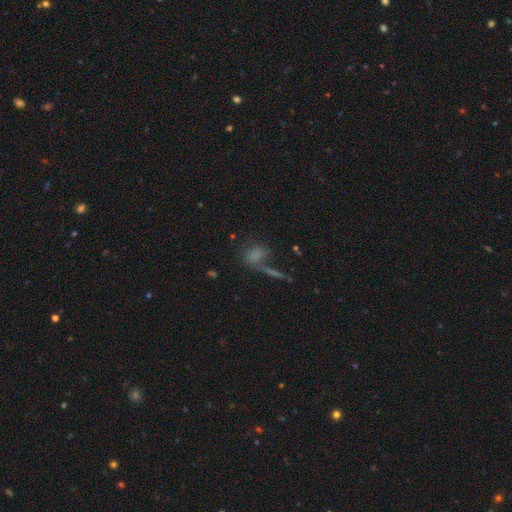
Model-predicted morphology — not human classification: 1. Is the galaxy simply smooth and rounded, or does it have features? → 67% smooth, 17% star or artifact, 16% featured or disk.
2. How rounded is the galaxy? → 57% in between, 33% round, 10% cigar-shaped.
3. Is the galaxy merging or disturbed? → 45% none, 27% merger, 15% minor disturbance, 13% major disturbance.